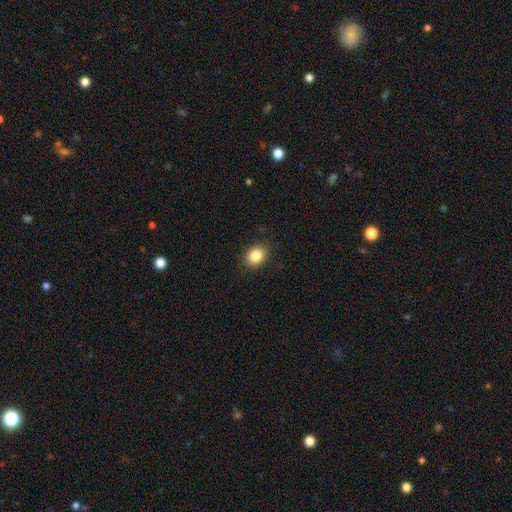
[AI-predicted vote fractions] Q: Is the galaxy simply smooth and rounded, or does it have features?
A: smooth — 85%.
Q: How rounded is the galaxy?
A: round — 50%.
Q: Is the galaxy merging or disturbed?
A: none — 88%.